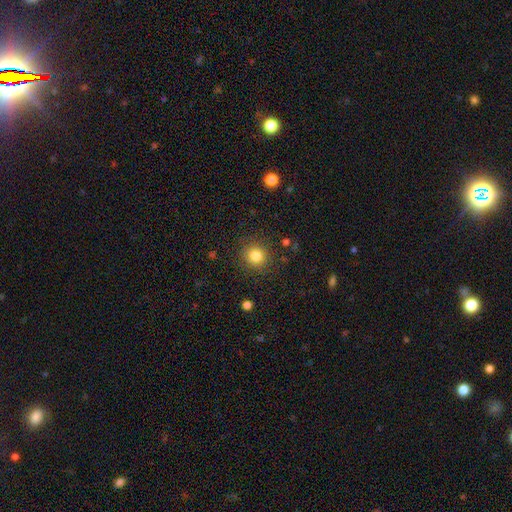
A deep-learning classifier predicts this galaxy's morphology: Q: Smooth or featured?
A: smooth (83%); runner-up: star or artifact (12%)
Q: How rounded?
A: round (91%); runner-up: in between (8%)
Q: Merging?
A: none (88%); runner-up: minor disturbance (7%)